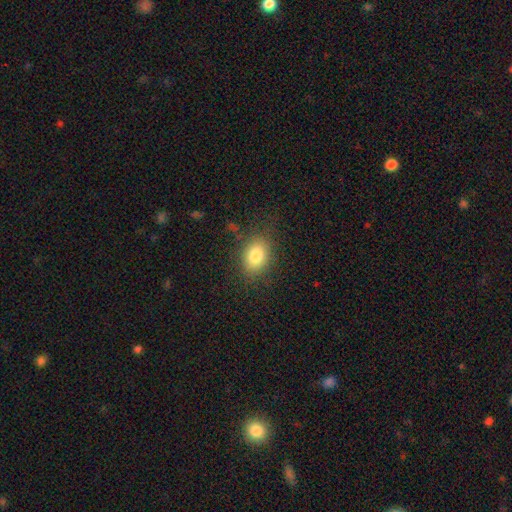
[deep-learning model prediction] Smooth or featured?
  - smooth: 81% *
  - star or artifact: 10%
  - featured or disk: 9%
How rounded?
  - in between: 70% *
  - round: 29%
  - cigar-shaped: 1%
Merging?
  - none: 81% *
  - minor disturbance: 13%
  - major disturbance: 5%
  - merger: 1%